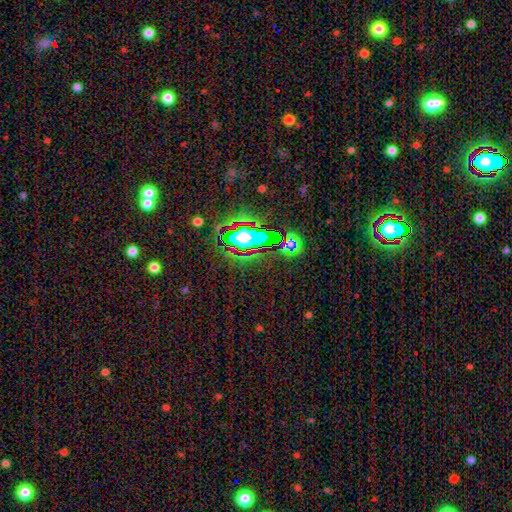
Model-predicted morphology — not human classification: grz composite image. It shows a star or artifact, not a galaxy (79%).